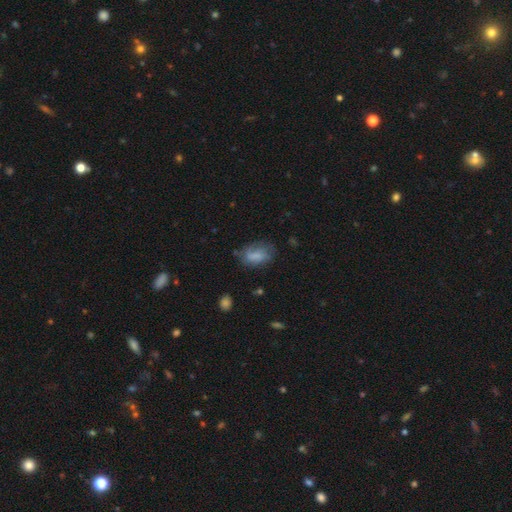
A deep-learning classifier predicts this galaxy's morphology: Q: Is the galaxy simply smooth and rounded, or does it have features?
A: smooth — 68%.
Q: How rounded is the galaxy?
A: in between — 87%.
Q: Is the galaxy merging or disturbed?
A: none — 52%.